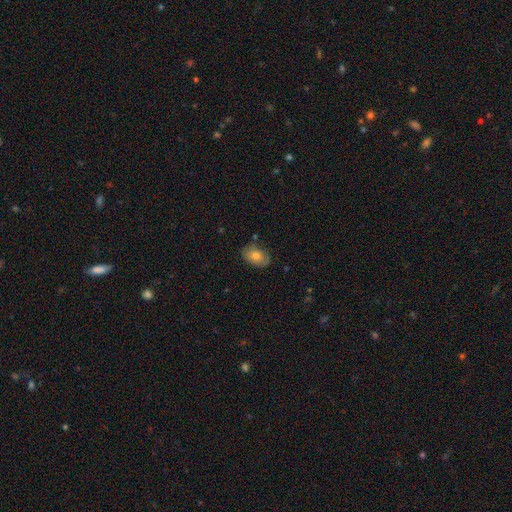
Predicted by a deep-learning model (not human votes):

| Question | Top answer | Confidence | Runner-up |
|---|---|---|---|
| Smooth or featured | smooth | 71% | featured or disk (21%) |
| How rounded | in between | 86% | round (13%) |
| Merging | none | 76% | minor disturbance (18%) |